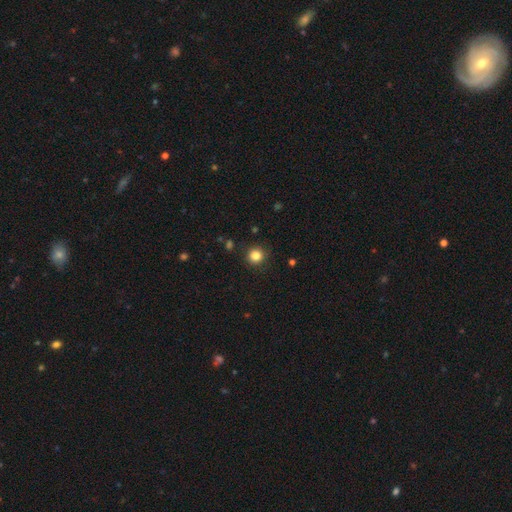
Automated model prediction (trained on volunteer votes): A smooth galaxy with no disk features (83%) that is round (93%).

Vote fractions:
- Smooth or featured? smooth: 83% / star or artifact: 12% / featured or disk: 5%
- How rounded? round: 93% / in between: 6% / cigar-shaped: 1%
- Merging? none: 91% / minor disturbance: 6% / major disturbance: 2% / merger: 1%